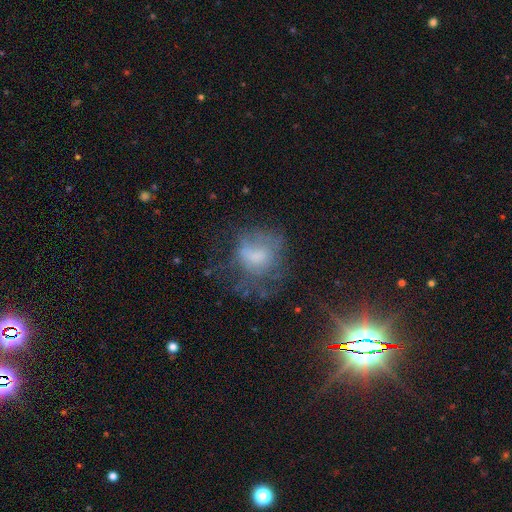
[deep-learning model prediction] The model was most divided on "merging": none: 40%, major disturbance: 33%, minor disturbance: 23%, merger: 4%. More confident: how rounded — round (65%); smooth or featured — smooth (51%).